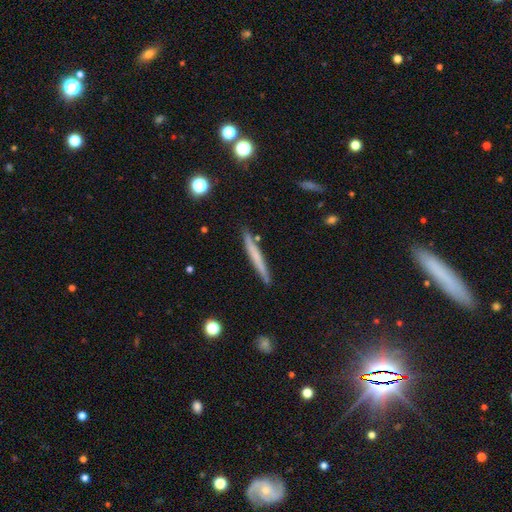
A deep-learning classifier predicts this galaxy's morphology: This appears to be a smooth galaxy with no disk features (55%) that is cigar-shaped (96%). Merging: none (88%).